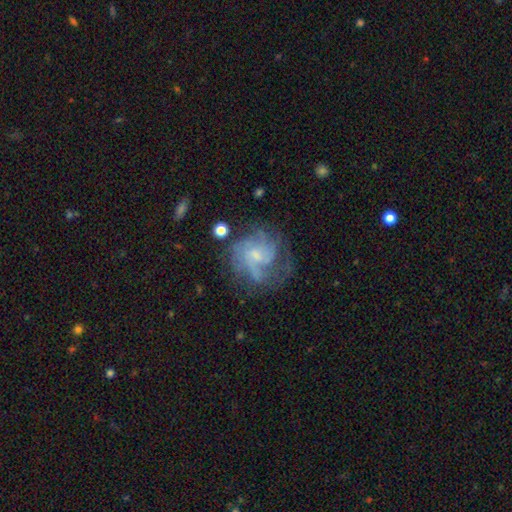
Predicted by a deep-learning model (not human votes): This appears to be a featured or disk galaxy (72%) with no bar (62%), medium (42%) spiral arms (85%) and a small central bulge (59%). Merging: none (54%).